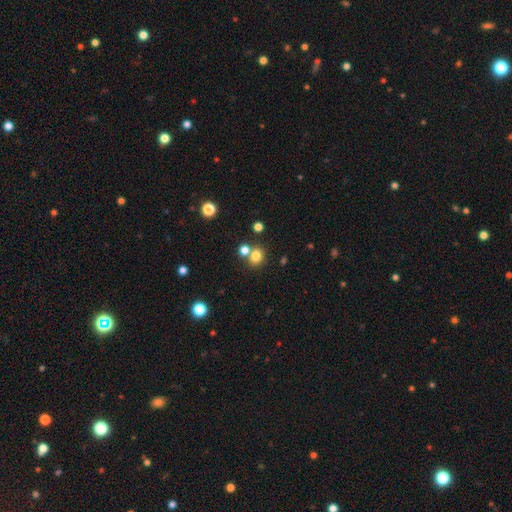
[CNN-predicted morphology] Q: Smooth or featured?
A: smooth (78%); runner-up: star or artifact (14%)
Q: How rounded?
A: round (73%); runner-up: in between (26%)
Q: Merging?
A: none (63%); runner-up: merger (25%)